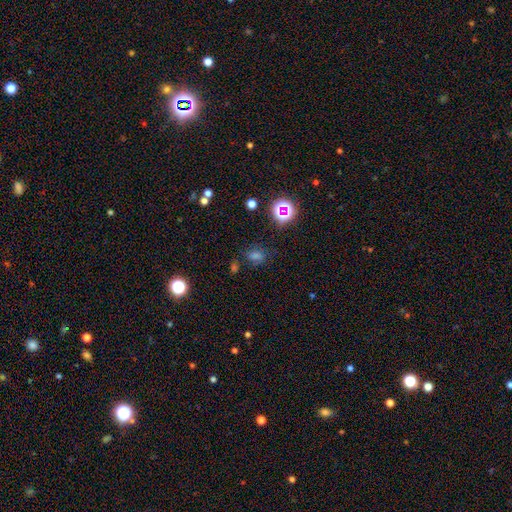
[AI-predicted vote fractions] Smooth or featured: smooth — 50% (star or artifact — 39%)
Merging: none — 74% (minor disturbance — 15%)